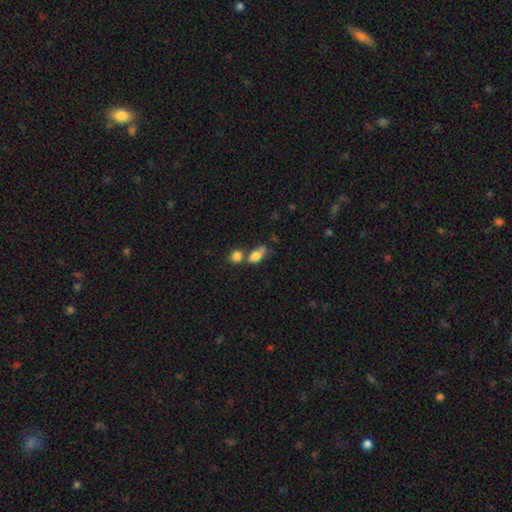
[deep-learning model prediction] The model was most divided on "merging": merger: 41%, none: 34%, minor disturbance: 16%, major disturbance: 9%. More confident: smooth or featured — smooth (79%); how rounded — in between (76%).